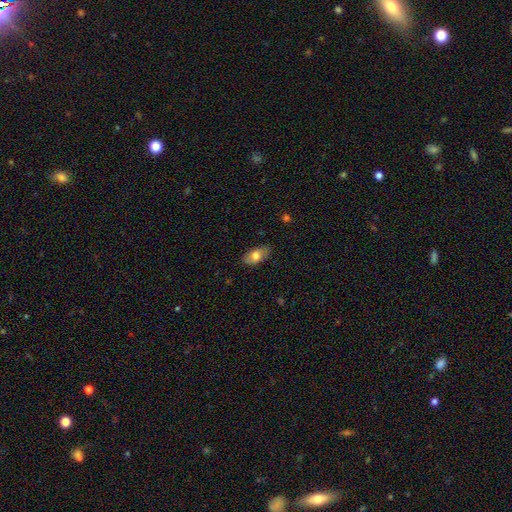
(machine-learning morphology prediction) smooth-or-featured: smooth: 70% | featured or disk: 23% | star or artifact: 7%
  how-rounded: in between: 91% | cigar-shaped: 5% | round: 4%
  merging: none: 81% | minor disturbance: 15% | major disturbance: 3% | merger: 1%